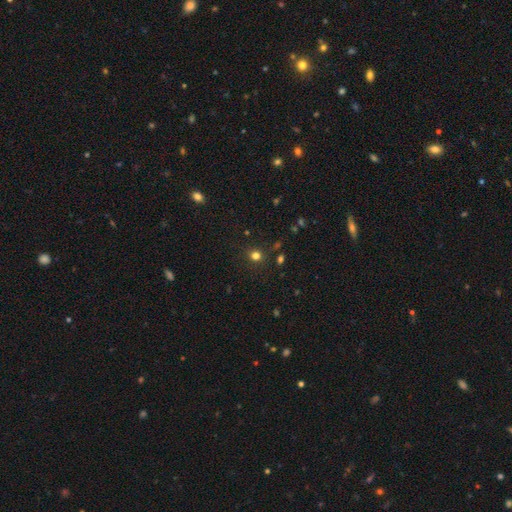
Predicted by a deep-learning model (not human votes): Q: Smooth or featured?
A: smooth (75%); runner-up: star or artifact (19%)
Q: How rounded?
A: round (87%); runner-up: in between (12%)
Q: Merging?
A: none (87%); runner-up: minor disturbance (8%)